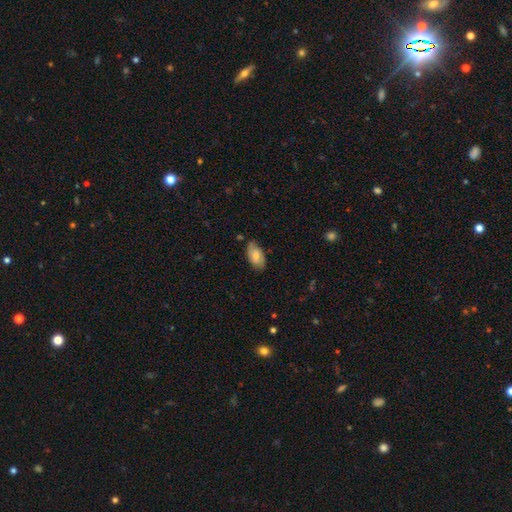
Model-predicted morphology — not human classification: Smooth or featured?
  - smooth: 61% *
  - featured or disk: 32%
  - star or artifact: 7%
How rounded?
  - in between: 93% *
  - round: 4%
  - cigar-shaped: 3%
Merging?
  - none: 72% *
  - minor disturbance: 22%
  - major disturbance: 4%
  - merger: 2%